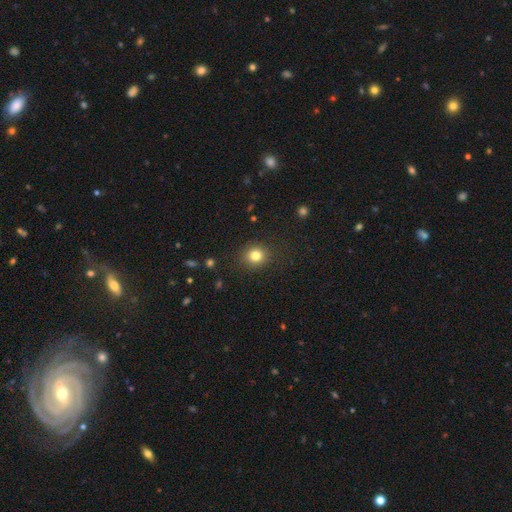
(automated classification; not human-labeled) Smooth or featured?
  - smooth: 81% *
  - star or artifact: 12%
  - featured or disk: 7%
How rounded?
  - round: 81% *
  - in between: 18%
  - cigar-shaped: 1%
Merging?
  - none: 88% *
  - minor disturbance: 8%
  - major disturbance: 3%
  - merger: 1%